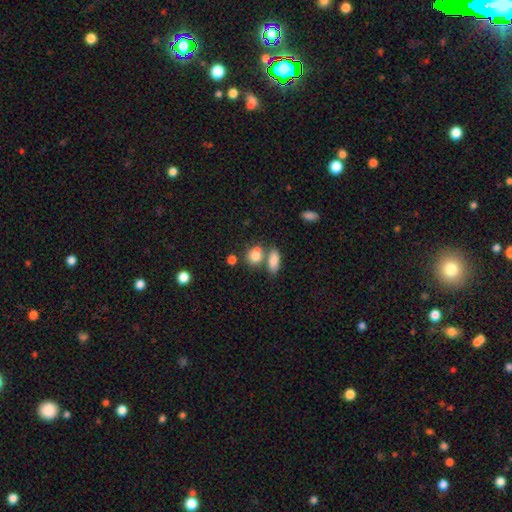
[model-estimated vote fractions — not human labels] Overall: smooth (82%). How rounded: round (51%; in between 46%). Merging: none (51%; merger 34%).